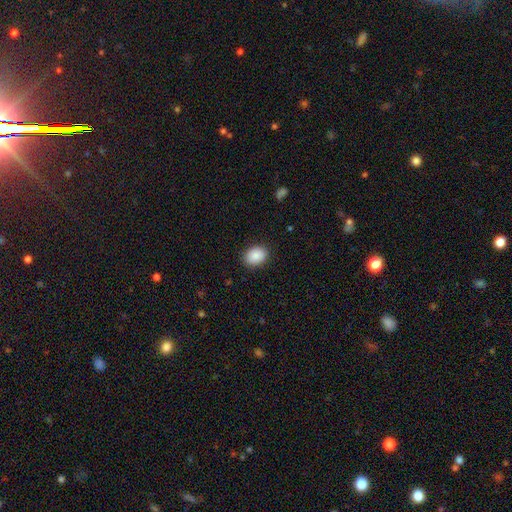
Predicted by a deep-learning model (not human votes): Smooth or featured? smooth (88%)
How rounded? in between (66%)
Merging? none (88%)